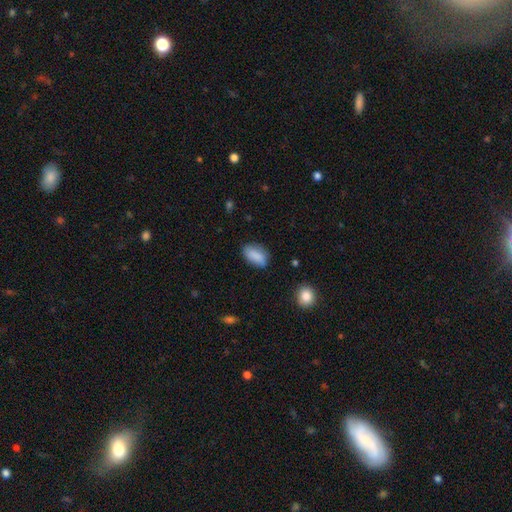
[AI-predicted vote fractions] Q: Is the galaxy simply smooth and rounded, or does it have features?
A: smooth — 85%.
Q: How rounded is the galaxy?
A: in between — 89%.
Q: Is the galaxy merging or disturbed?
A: none — 71%.